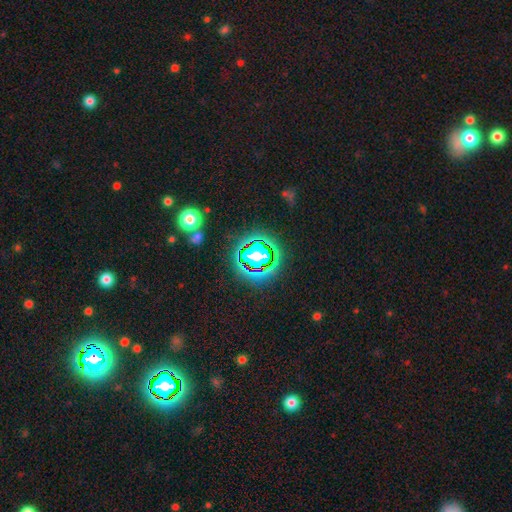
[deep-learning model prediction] Smooth or featured? Predicted: star or artifact (p=0.65).